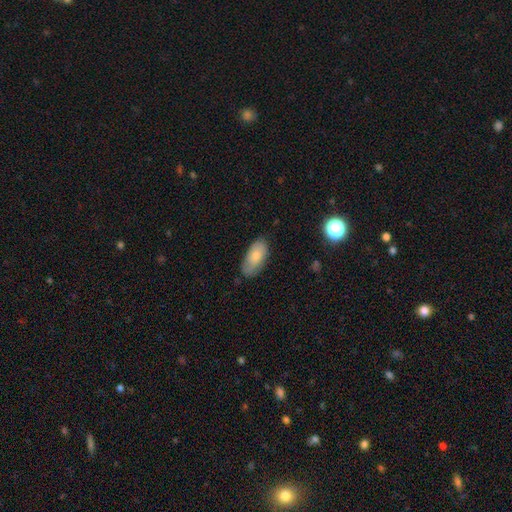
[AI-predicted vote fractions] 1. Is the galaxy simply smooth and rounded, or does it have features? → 76% smooth, 18% featured or disk, 6% star or artifact.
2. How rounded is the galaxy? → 93% in between, 5% cigar-shaped, 2% round.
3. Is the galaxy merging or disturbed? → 73% none, 22% minor disturbance, 4% major disturbance, 1% merger.